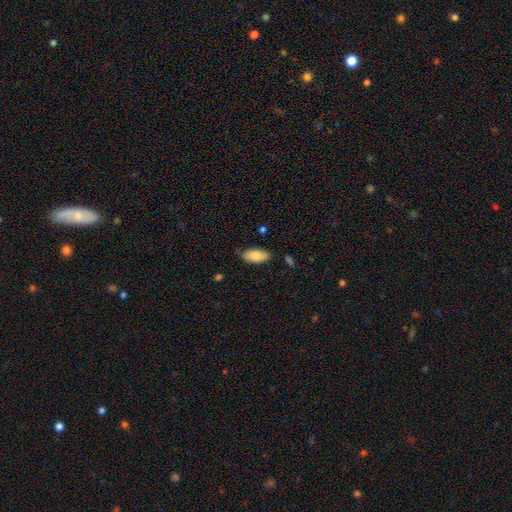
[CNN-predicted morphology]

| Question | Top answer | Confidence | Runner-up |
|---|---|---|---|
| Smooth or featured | smooth | 84% | featured or disk (10%) |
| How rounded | in between | 91% | cigar-shaped (7%) |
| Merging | none | 74% | minor disturbance (21%) |